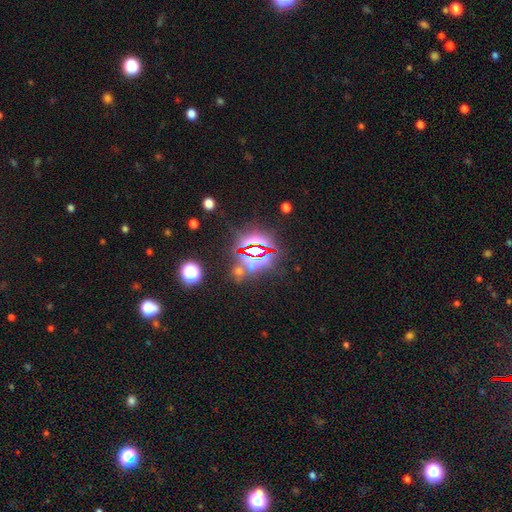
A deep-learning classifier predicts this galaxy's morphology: A star or artifact, not a galaxy (79%).

Vote fractions:
- Smooth or featured? star or artifact: 79% / smooth: 11% / featured or disk: 10%